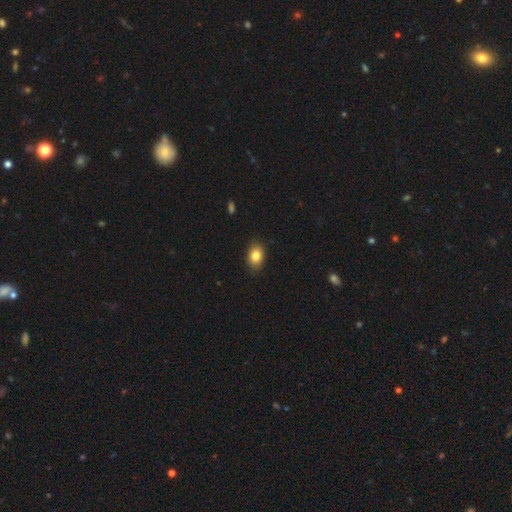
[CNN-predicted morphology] Overall: smooth (83%). How rounded: in between (78%). Merging: none (87%).